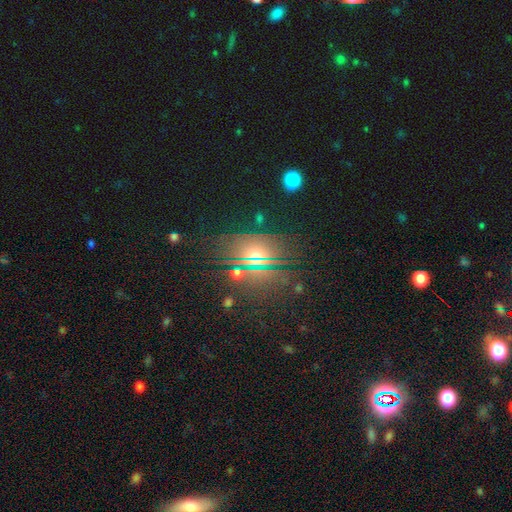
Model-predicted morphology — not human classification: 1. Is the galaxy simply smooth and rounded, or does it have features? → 50% star or artifact, 35% smooth, 15% featured or disk.